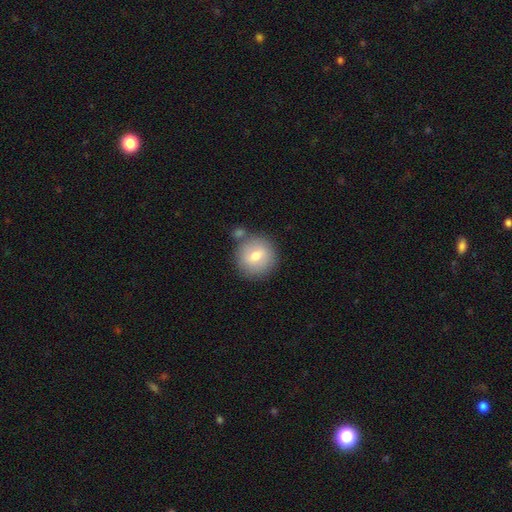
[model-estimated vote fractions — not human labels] smooth-or-featured: smooth: 73% | featured or disk: 19% | star or artifact: 8%
  how-rounded: round: 92% | in between: 7% | cigar-shaped: 1%
  merging: none: 75% | merger: 12% | minor disturbance: 10% | major disturbance: 3%